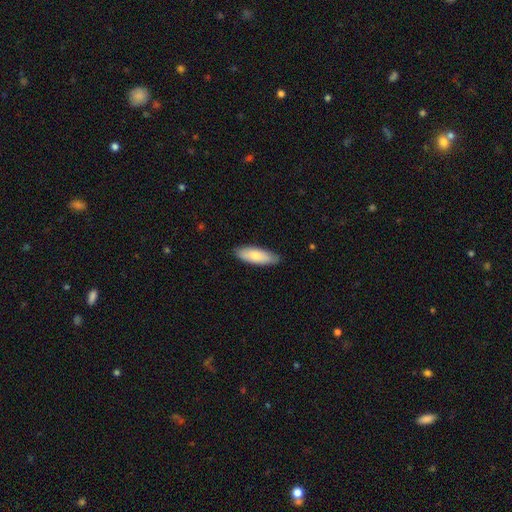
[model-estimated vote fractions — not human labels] Q: Smooth or featured?
A: smooth (78%); runner-up: featured or disk (17%)
Q: How rounded?
A: in between (62%); runner-up: cigar-shaped (36%)
Q: Merging?
A: none (85%); runner-up: minor disturbance (12%)